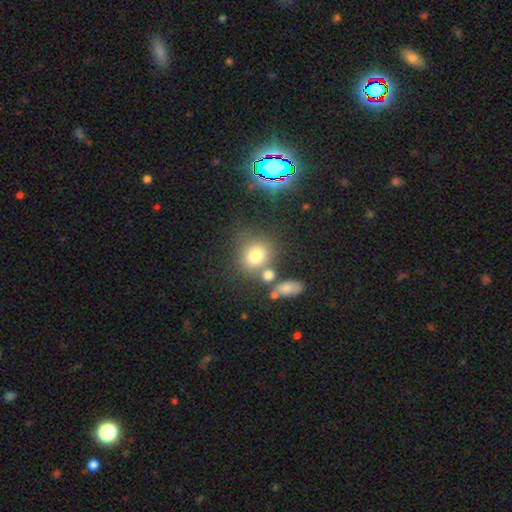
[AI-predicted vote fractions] Q: Smooth or featured?
A: smooth (73%); runner-up: star or artifact (15%)
Q: How rounded?
A: round (66%); runner-up: in between (33%)
Q: Merging?
A: none (58%); runner-up: merger (21%)